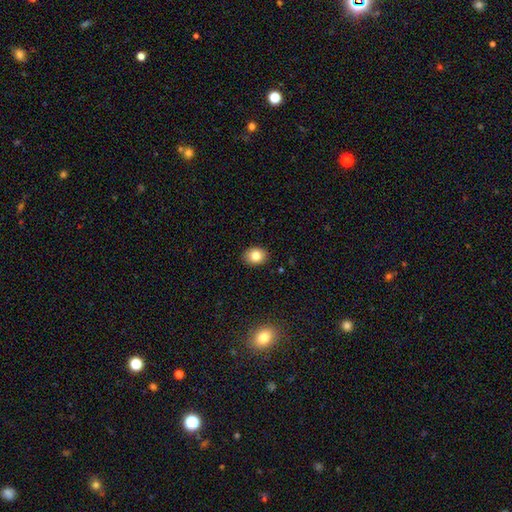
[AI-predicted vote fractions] A smooth galaxy with no disk features (82%) that is in between round and cigar-shaped (54%). Merging: none (90%).